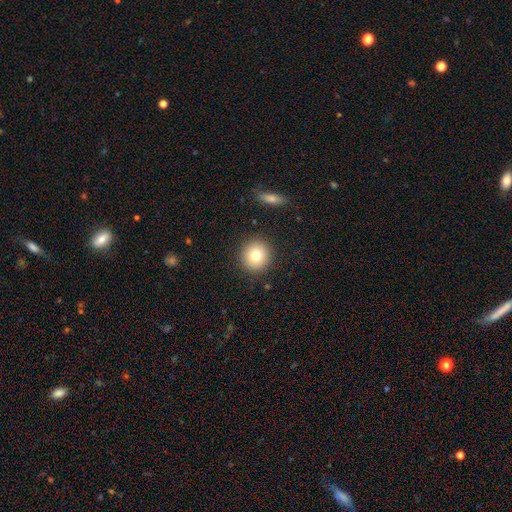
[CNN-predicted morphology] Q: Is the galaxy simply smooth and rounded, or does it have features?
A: smooth — 77%.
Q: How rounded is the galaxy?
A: round — 93%.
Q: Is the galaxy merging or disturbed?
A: none — 90%.